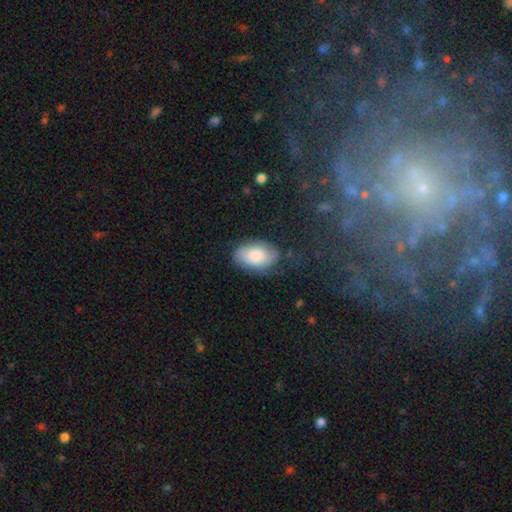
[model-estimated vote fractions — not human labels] Smooth or featured? Predicted: smooth (p=0.74). How rounded? Predicted: in between (p=0.92). Merging? Predicted: none (p=0.70).